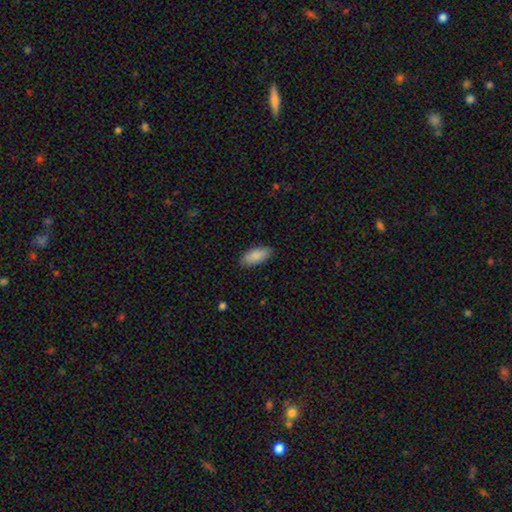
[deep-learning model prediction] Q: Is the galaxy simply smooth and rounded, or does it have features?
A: smooth — 89%.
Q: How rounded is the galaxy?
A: in between — 88%.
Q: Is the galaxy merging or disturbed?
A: none — 87%.